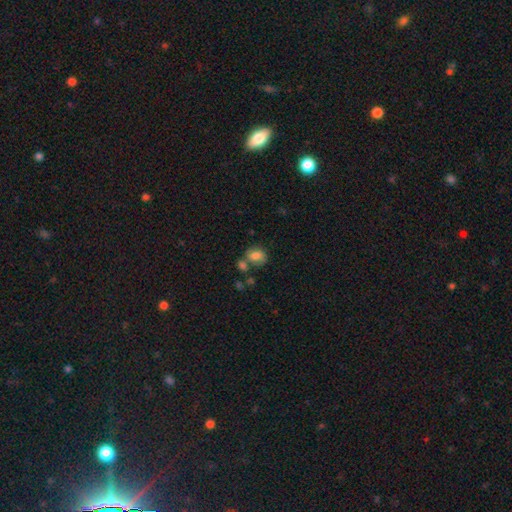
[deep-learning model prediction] Smooth or featured? smooth (79%)
How rounded? in between (60%)
Merging? none (47%)